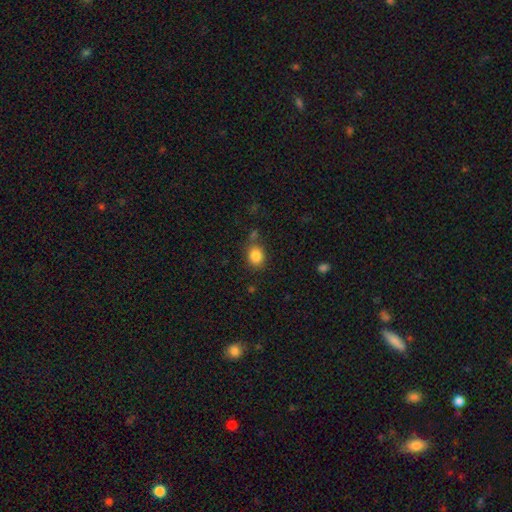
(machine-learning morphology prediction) Smooth or featured? Predicted: smooth (p=0.85). How rounded? Predicted: round (p=0.50). Merging? Predicted: none (p=0.74).